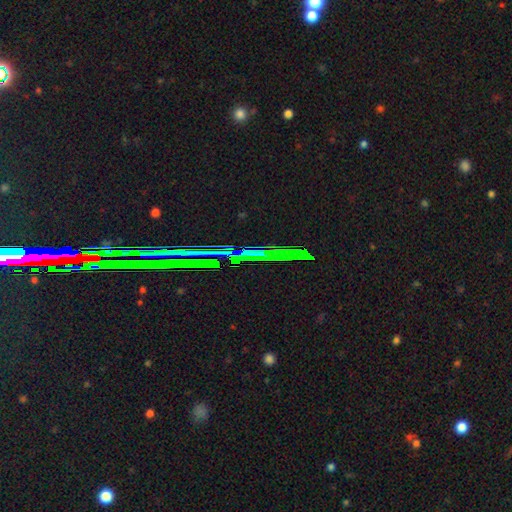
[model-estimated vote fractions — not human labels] This is likely a star or artifact rather than a galaxy (79%).